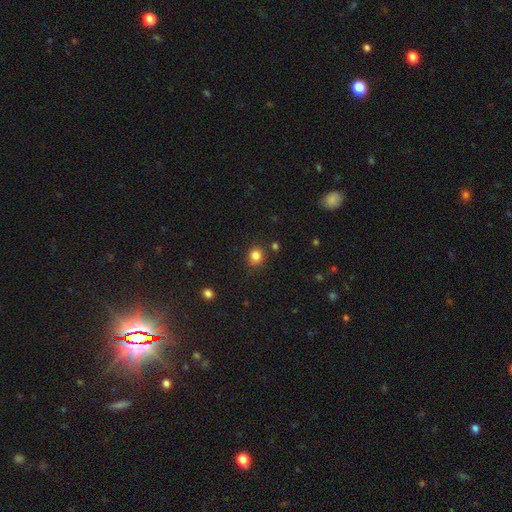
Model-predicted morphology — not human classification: A smooth galaxy with no disk features (82%) that is round (81%).

Vote fractions:
- Smooth or featured? smooth: 82% / star or artifact: 13% / featured or disk: 5%
- How rounded? round: 81% / in between: 18% / cigar-shaped: 1%
- Merging? none: 81% / minor disturbance: 12% / merger: 4% / major disturbance: 3%